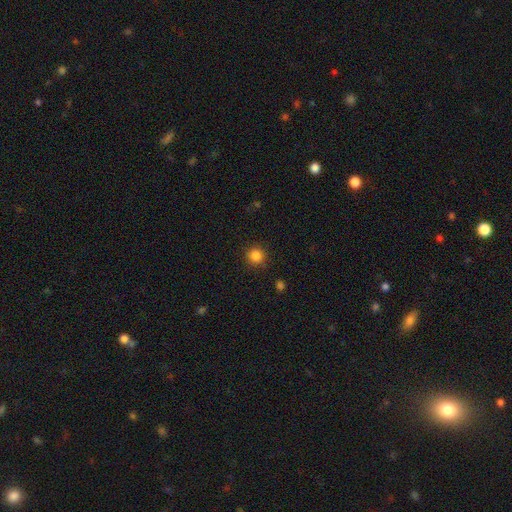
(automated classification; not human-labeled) The model was most divided on "smooth or featured": smooth: 85%, star or artifact: 12%, featured or disk: 4%. More confident: how rounded — round (94%); merging — none (89%).